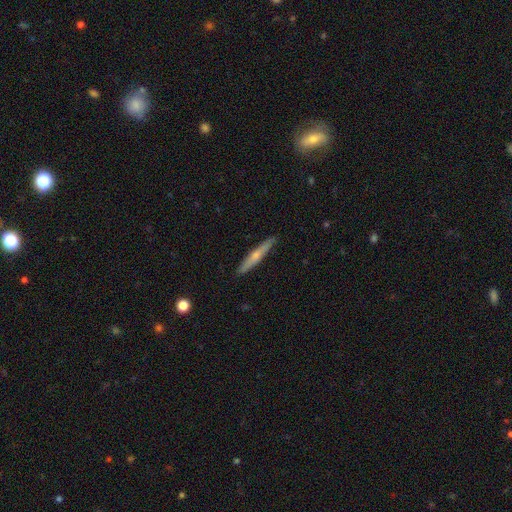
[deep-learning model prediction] The model was most divided on "smooth or featured": smooth: 48%, featured or disk: 47%, star or artifact: 6%. More confident: merging — none (91%).